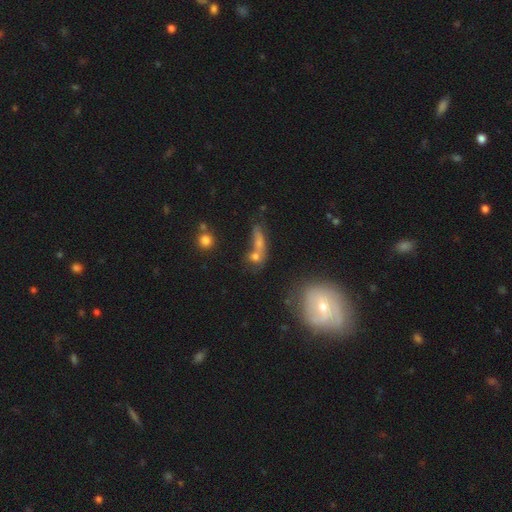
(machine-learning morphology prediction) The model was most divided on "how rounded": round: 43%, in between: 41%, cigar-shaped: 16%. Remaining: smooth or featured — smooth (62%); merging — merger (49%).